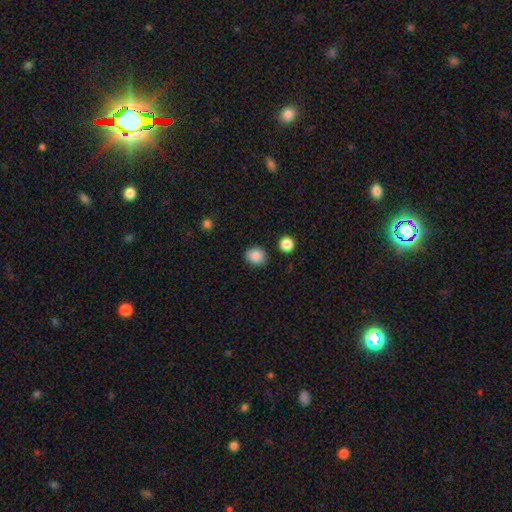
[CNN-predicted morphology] Smooth or featured: smooth — 87% (star or artifact — 9%)
How rounded: round — 64% (in between — 35%)
Merging: none — 84% (minor disturbance — 11%)